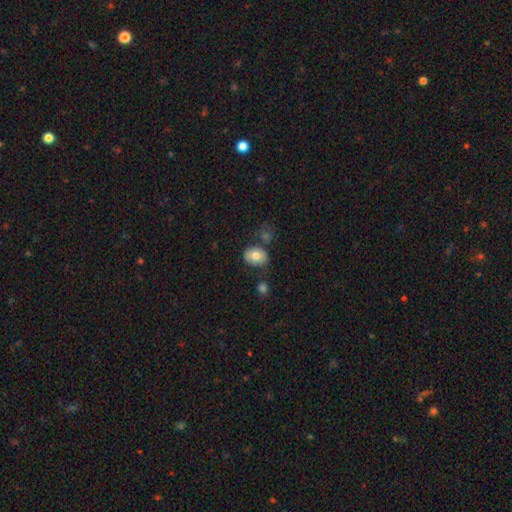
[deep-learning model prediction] smooth_or_featured: smooth (p=0.76) [alt: featured or disk p=0.16]
how_rounded: in between (p=0.67) [alt: round p=0.32]
merging: none (p=0.67) [alt: minor disturbance p=0.18]